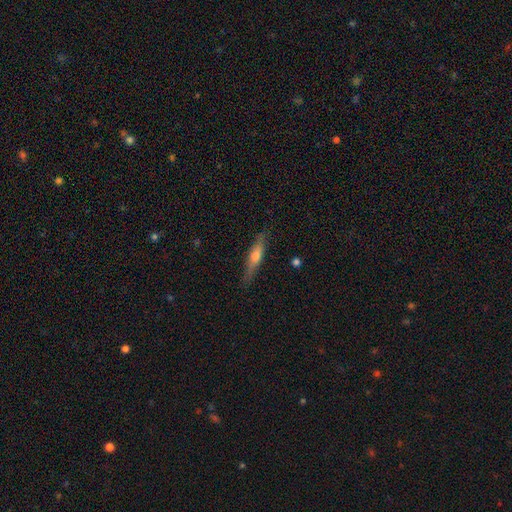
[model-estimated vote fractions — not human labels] Overall: featured or disk (47%, tied with smooth). Merging: none (83%).